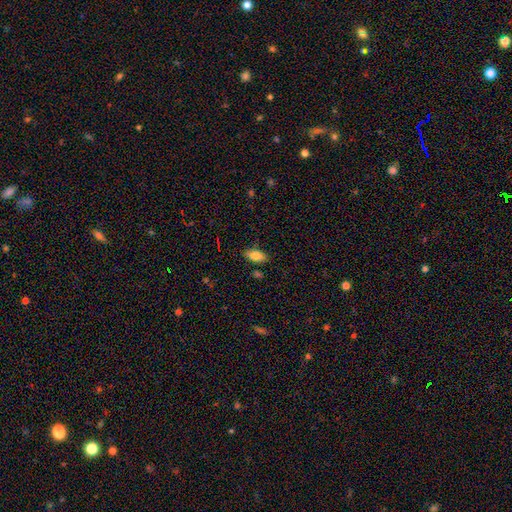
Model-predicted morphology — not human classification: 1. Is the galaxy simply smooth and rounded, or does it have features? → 82% smooth, 10% featured or disk, 8% star or artifact.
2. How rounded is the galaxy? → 90% in between, 7% cigar-shaped, 3% round.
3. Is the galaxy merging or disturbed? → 83% none, 12% minor disturbance, 2% major disturbance, 2% merger.